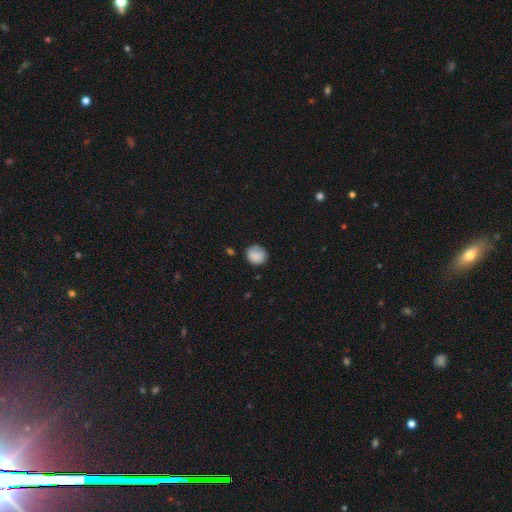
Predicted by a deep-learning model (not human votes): smooth_or_featured: smooth (p=0.86) [alt: star or artifact p=0.08]
how_rounded: round (p=0.82) [alt: in between p=0.17]
merging: none (p=0.76) [alt: minor disturbance p=0.18]